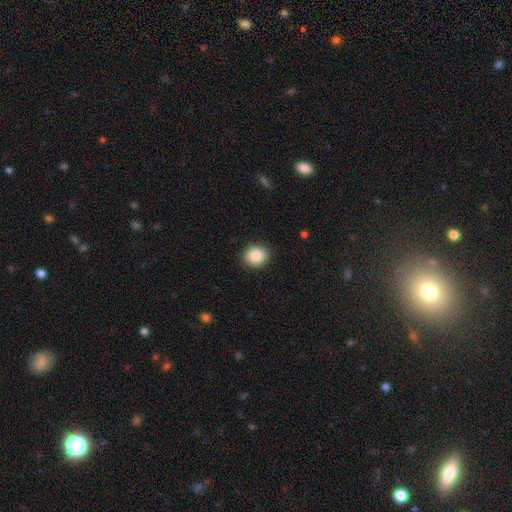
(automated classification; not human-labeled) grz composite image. It shows a smooth galaxy with no disk features (86%) that is round (71%). Merging: none (90%).